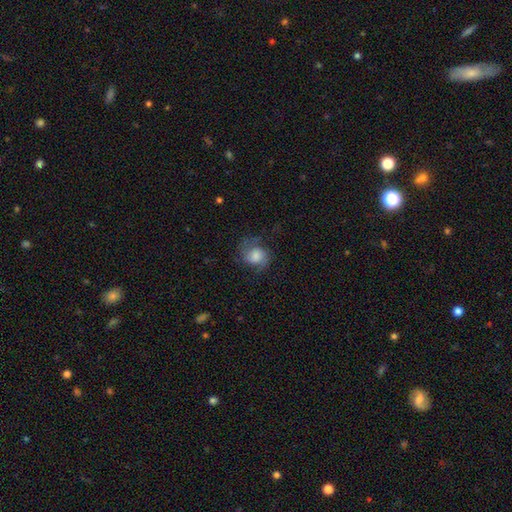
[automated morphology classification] Smooth or featured? featured or disk (51%)
Edge-on disk? no (97%)
Merging? none (62%)